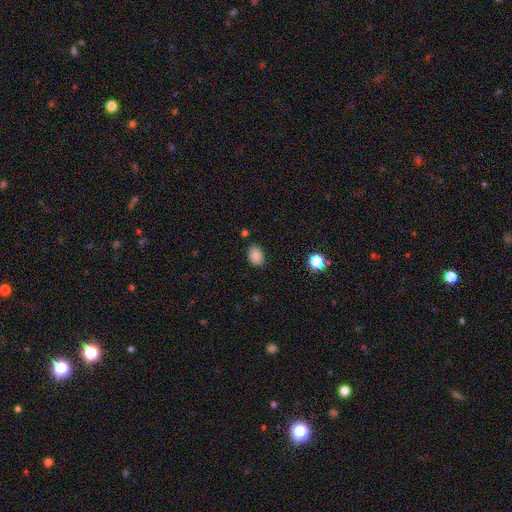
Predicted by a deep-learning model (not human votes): This is clearly a smooth galaxy (86%). How rounded: likely in between (79%). Merging: clearly none (81%).